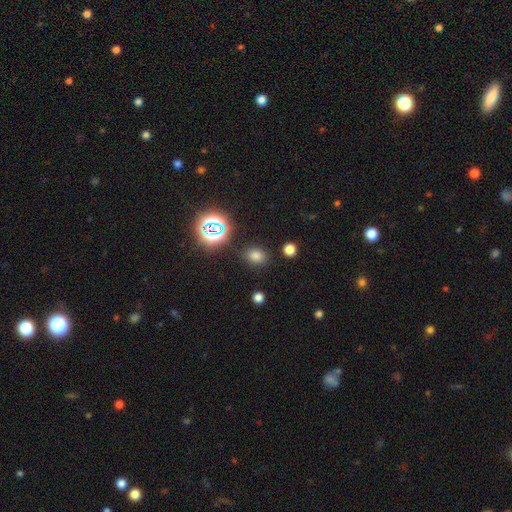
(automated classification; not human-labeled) Smooth or featured: smooth — 72% (star or artifact — 22%)
How rounded: in between — 50% (round — 49%)
Merging: none — 84% (minor disturbance — 10%)